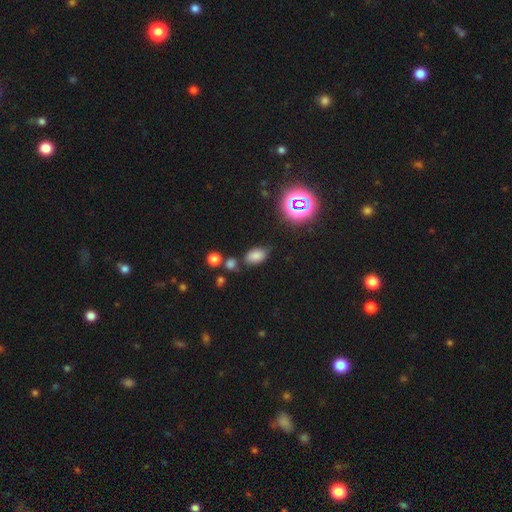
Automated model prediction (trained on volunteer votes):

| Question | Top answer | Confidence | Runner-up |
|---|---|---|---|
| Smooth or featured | smooth | 72% | star or artifact (19%) |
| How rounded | in between | 89% | round (9%) |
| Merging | none | 72% | minor disturbance (17%) |